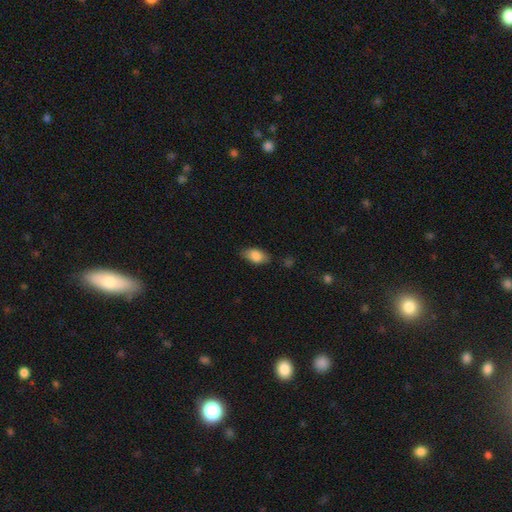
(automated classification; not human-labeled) A smooth galaxy with no disk features (83%) that is in between round and cigar-shaped (90%).

Vote fractions:
- Smooth or featured? smooth: 83% / featured or disk: 10% / star or artifact: 7%
- How rounded? in between: 90% / round: 5% / cigar-shaped: 4%
- Merging? none: 75% / minor disturbance: 19% / major disturbance: 4% / merger: 2%